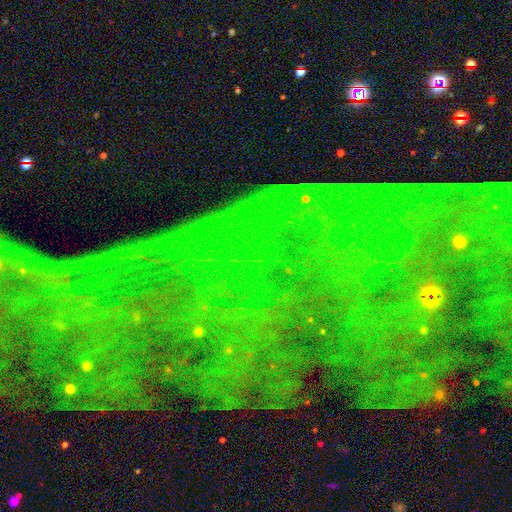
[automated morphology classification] This is clearly a star or artifact rather than a galaxy (84%).